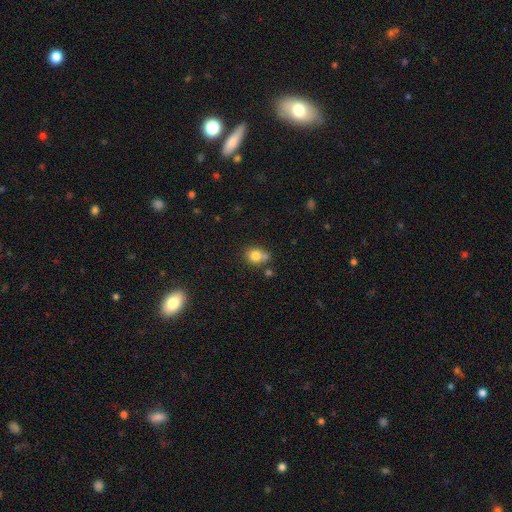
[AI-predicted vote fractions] Morphology: type=smooth (79%); roundness=round (73%); merging=none (52%).